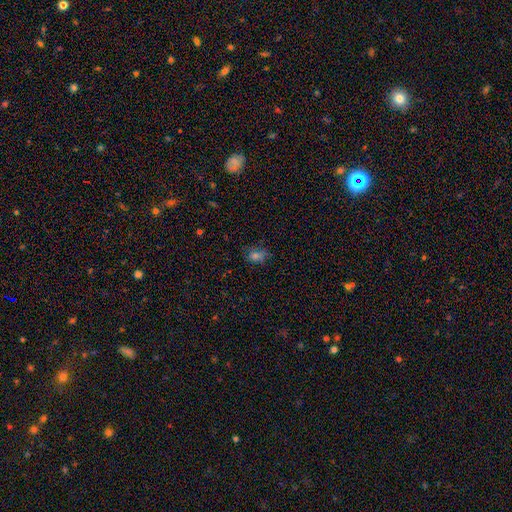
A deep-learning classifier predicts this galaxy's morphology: smooth_or_featured: smooth (p=0.62) [alt: star or artifact p=0.27]
how_rounded: in between (p=0.53) [alt: round p=0.45]
merging: none (p=0.64) [alt: minor disturbance p=0.22]